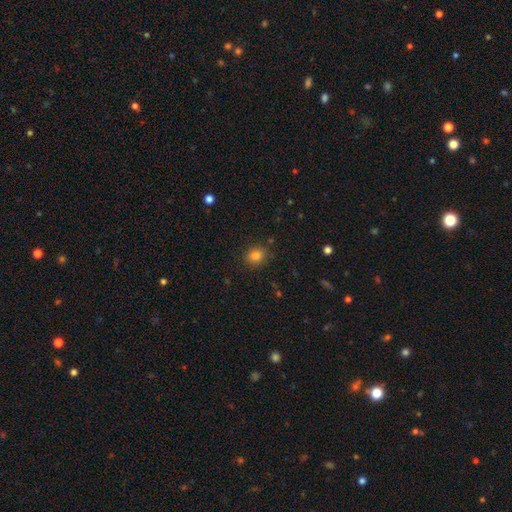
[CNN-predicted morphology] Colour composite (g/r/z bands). It shows a smooth galaxy with no disk features (82%) that is round (70%). Merging: none (86%).